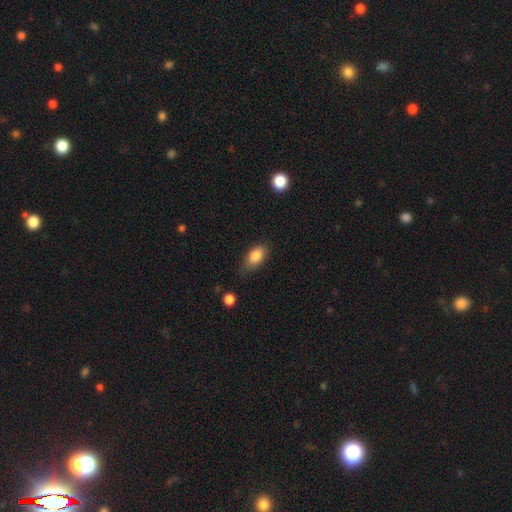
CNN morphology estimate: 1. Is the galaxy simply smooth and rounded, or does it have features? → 84% smooth, 8% star or artifact, 8% featured or disk.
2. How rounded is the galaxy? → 89% in between, 7% round, 4% cigar-shaped.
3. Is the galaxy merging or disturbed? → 67% none, 25% minor disturbance, 6% major disturbance, 2% merger.